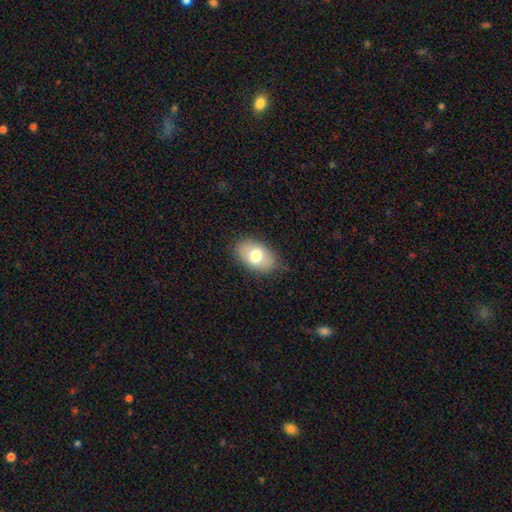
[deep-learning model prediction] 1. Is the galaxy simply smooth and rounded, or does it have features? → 74% smooth, 18% featured or disk, 7% star or artifact.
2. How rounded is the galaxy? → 90% in between, 9% round, 1% cigar-shaped.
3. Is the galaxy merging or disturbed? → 82% none, 14% minor disturbance, 3% major disturbance, 1% merger.